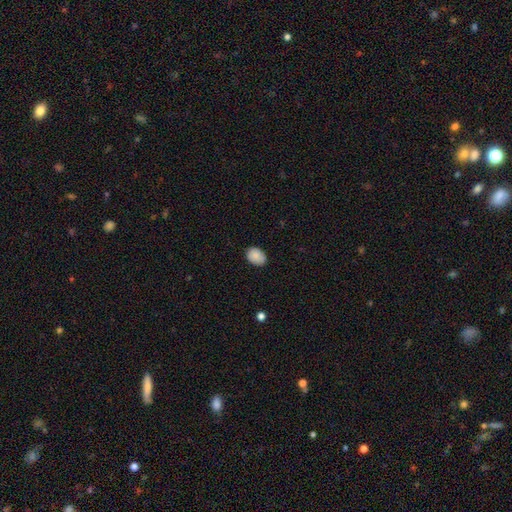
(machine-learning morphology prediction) A smooth galaxy with no disk features (87%) that is in between round and cigar-shaped (73%).

Vote fractions:
- Smooth or featured? smooth: 87% / star or artifact: 7% / featured or disk: 5%
- How rounded? in between: 73% / round: 26% / cigar-shaped: 1%
- Merging? none: 83% / minor disturbance: 14% / major disturbance: 2% / merger: 1%